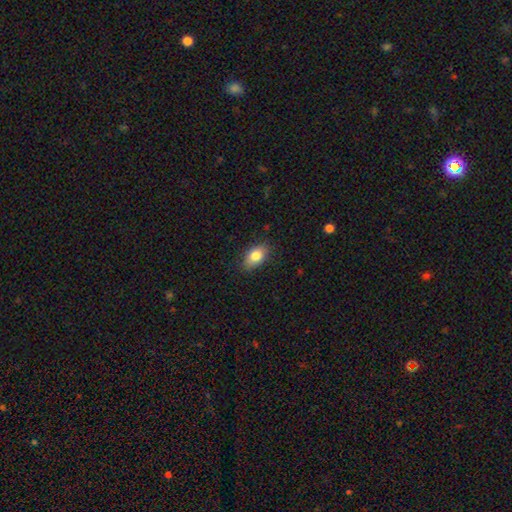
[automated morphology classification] smooth 81%, featured or disk 11%, star or artifact 8%. Down the decision tree: how rounded — in between (87%); merging — none (84%).